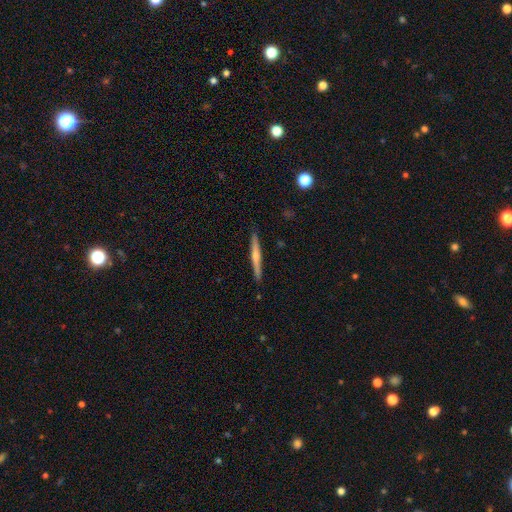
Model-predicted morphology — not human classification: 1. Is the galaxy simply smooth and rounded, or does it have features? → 68% featured or disk, 26% smooth, 6% star or artifact.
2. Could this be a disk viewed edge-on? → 98% yes, 2% no.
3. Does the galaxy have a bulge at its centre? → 75% rounded, 19% none, 6% boxy.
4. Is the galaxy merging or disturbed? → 92% none, 6% minor disturbance, 1% major disturbance, 1% merger.